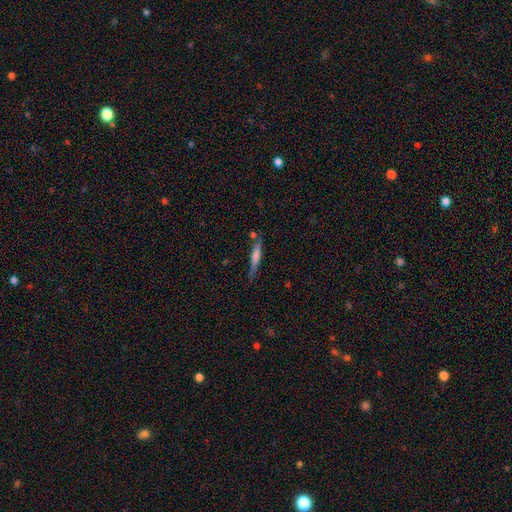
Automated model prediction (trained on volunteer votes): Q: Smooth or featured?
A: smooth (48%); runner-up: featured or disk (45%)
Q: Merging?
A: none (73%); runner-up: minor disturbance (18%)